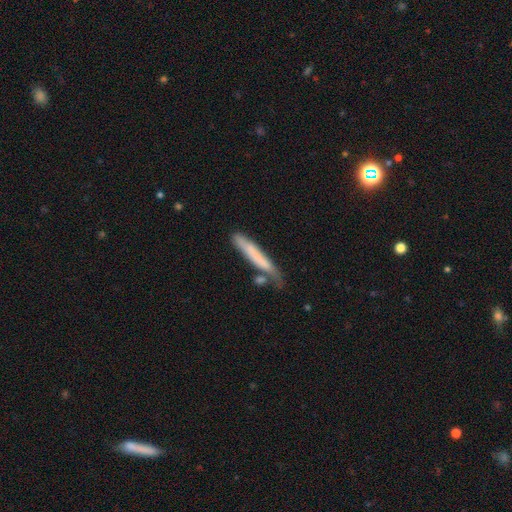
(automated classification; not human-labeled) Smooth or featured?
  - smooth: 64% *
  - featured or disk: 29%
  - star or artifact: 7%
How rounded?
  - cigar-shaped: 93% *
  - in between: 6%
  - round: 1%
Merging?
  - none: 54% *
  - minor disturbance: 23%
  - merger: 14%
  - major disturbance: 8%